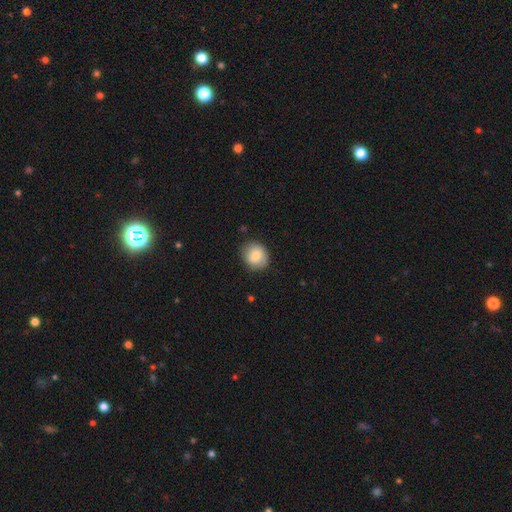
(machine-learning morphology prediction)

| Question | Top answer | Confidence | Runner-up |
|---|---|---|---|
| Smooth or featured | smooth | 79% | featured or disk (13%) |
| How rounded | round | 74% | in between (26%) |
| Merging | none | 80% | minor disturbance (15%) |